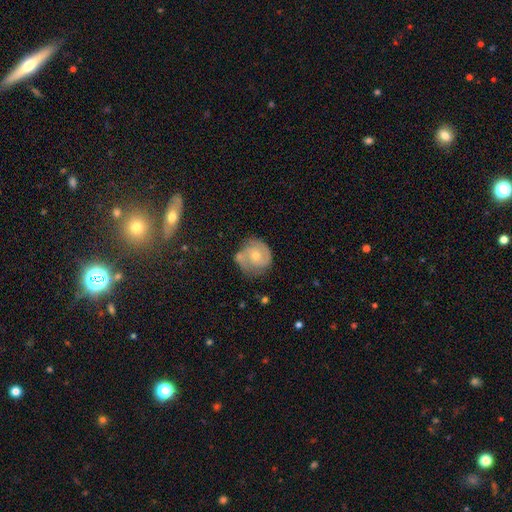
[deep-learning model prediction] Smooth or featured: featured or disk — 65% (smooth — 29%)
Edge-on disk: no — 98% (yes — 2%)
Bar: no — 70% (weak — 26%)
Spiral arms: yes — 85% (no — 15%)
Spiral winding: tight — 48% (medium — 40%)
Spiral arm count: 2 — 68% (can't tell — 16%)
Bulge size: moderate — 49% (small — 47%)
Merging: none — 56% (minor disturbance — 23%)